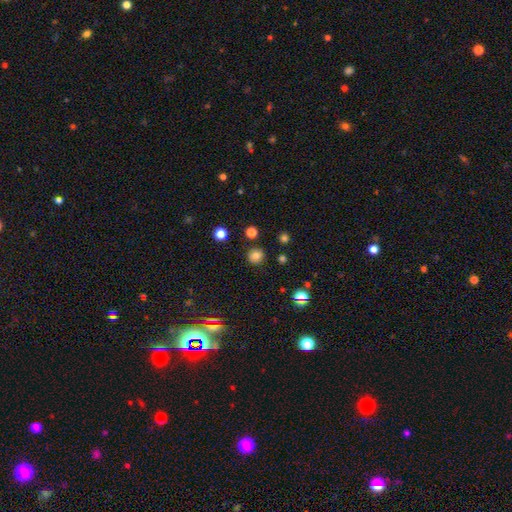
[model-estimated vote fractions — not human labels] Q: Smooth or featured?
A: smooth (79%); runner-up: star or artifact (15%)
Q: How rounded?
A: round (94%); runner-up: in between (5%)
Q: Merging?
A: none (89%); runner-up: minor disturbance (7%)